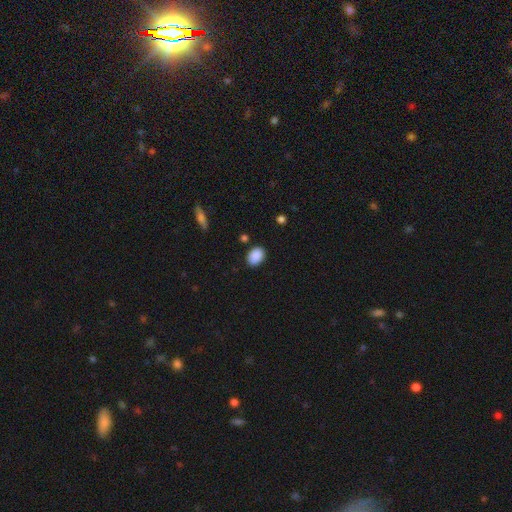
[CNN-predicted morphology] Overall: smooth (89%). How rounded: in between (76%). Merging: none (85%).